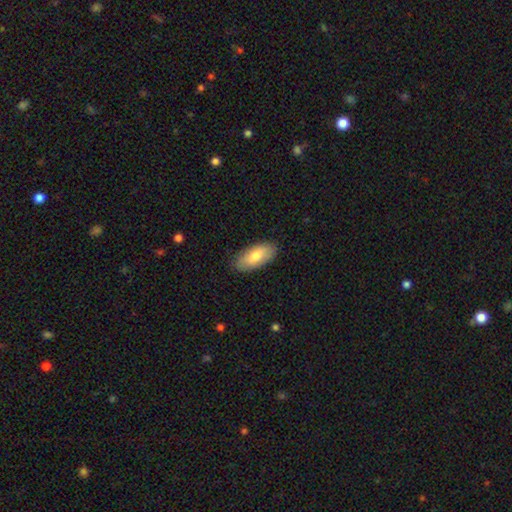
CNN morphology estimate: A smooth galaxy with no disk features (78%) that is in between round and cigar-shaped (89%). Merging: none (87%).